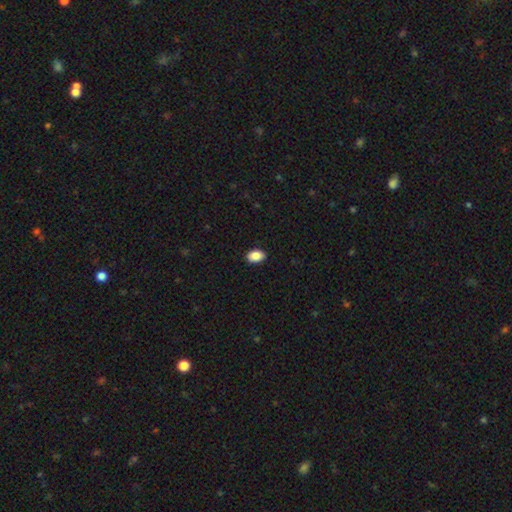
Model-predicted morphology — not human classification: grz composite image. It shows a smooth galaxy with no disk features (88%) that is in between round and cigar-shaped (88%). Merging: none (90%).